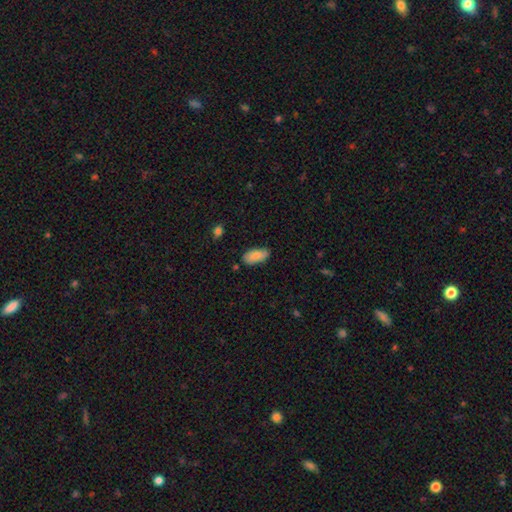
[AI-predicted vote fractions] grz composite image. It shows a smooth galaxy with no disk features (83%) that is in between round and cigar-shaped (92%). Merging: none (77%).